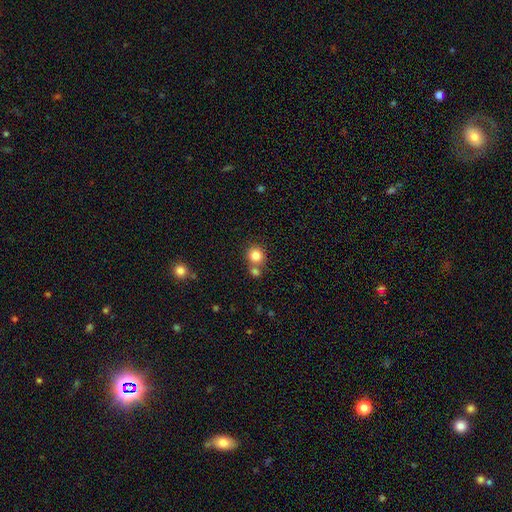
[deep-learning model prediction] Morphology: type=smooth (83%); roundness=round (88%); merging=none (59%).